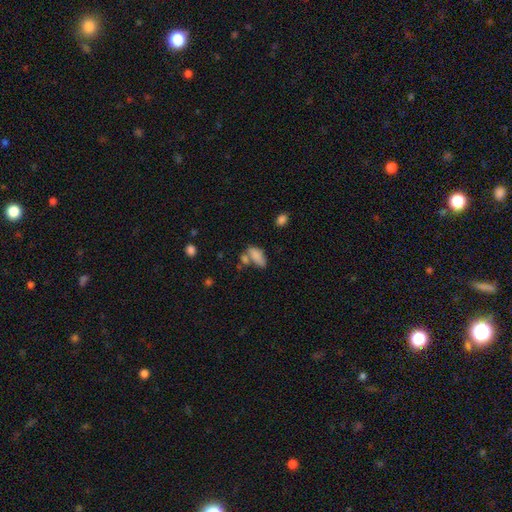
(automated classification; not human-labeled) smooth-or-featured: smooth: 81% | featured or disk: 10% | star or artifact: 9%
  how-rounded: in between: 86% | cigar-shaped: 10% | round: 4%
  merging: none: 39% | merger: 33% | minor disturbance: 18% | major disturbance: 9%